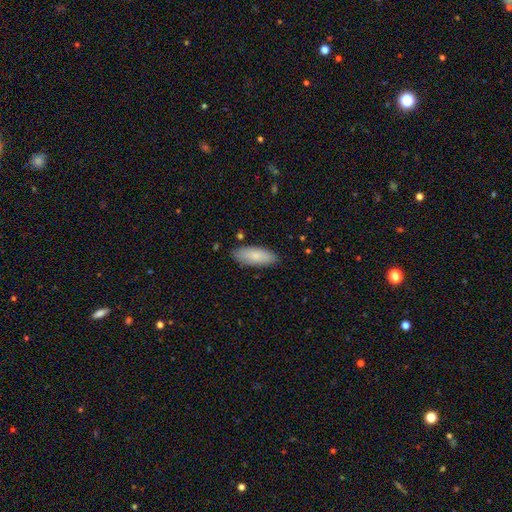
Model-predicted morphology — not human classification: smooth 83%, featured or disk 12%, star or artifact 6%. Down the decision tree: how rounded — in between (76%); merging — none (85%).